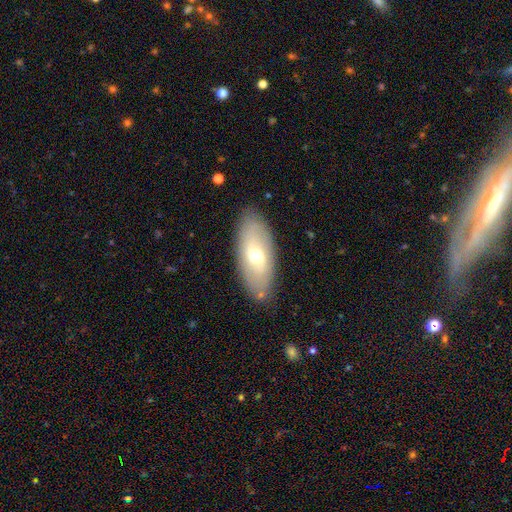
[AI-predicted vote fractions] This is possibly a smooth galaxy (54%). How rounded: clearly in between (84%). Merging: clearly none (84%).